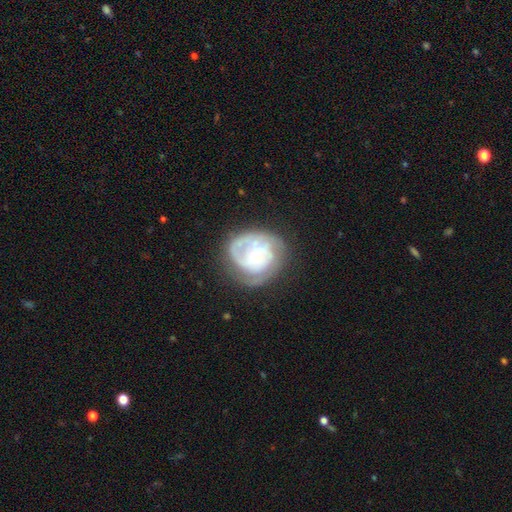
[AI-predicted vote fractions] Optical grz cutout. It shows a featured or disk galaxy (76%) with no bar (72%), tight (60%) spiral arms (87%) and a small central bulge (61%). Merging: none (62%).